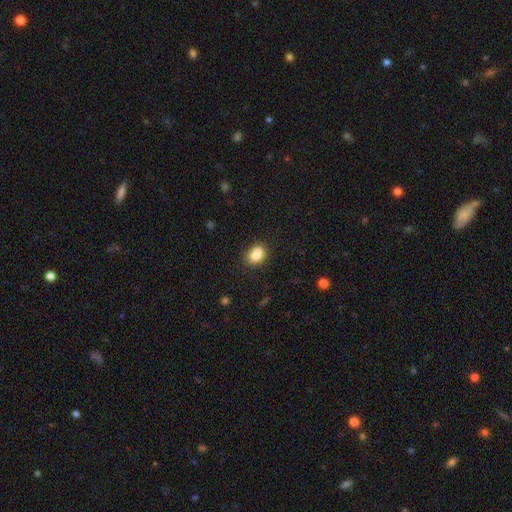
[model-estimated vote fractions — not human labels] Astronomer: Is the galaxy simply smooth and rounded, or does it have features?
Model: smooth — 75%.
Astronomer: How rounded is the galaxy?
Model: round — 52% (runner-up: in between, 47%).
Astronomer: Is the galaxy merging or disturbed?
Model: merger — 43% (runner-up: none, 42%).